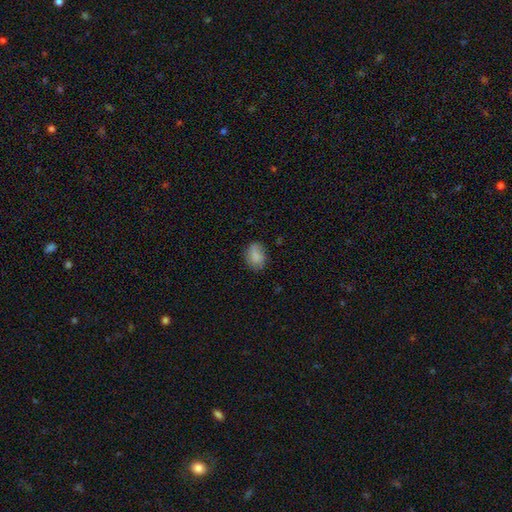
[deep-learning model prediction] This is likely a smooth galaxy (80%). How rounded: likely in between (68%). Merging: likely none (68%).